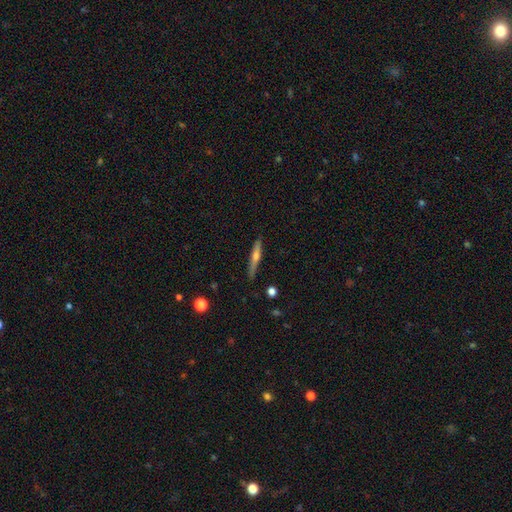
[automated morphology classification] A featured or disk galaxy (56%) viewed edge-on (96%) with a rounded central bulge (82%). Merging: none (86%).